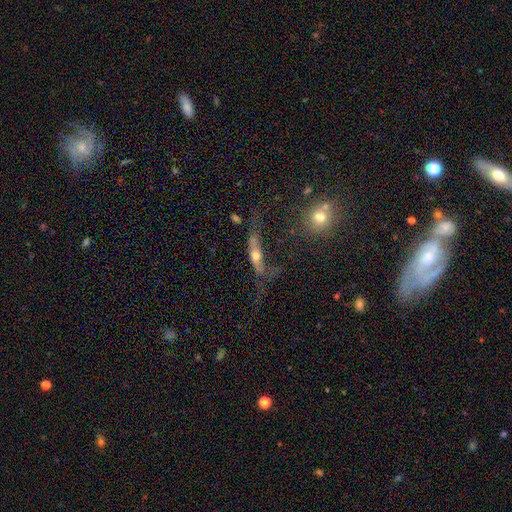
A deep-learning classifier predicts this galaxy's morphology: smooth_or_featured: featured or disk (p=0.51) [alt: smooth p=0.39]
disk_edge_on: no (p=0.52) [alt: yes p=0.48]
merging: major disturbance (p=0.40) [alt: none p=0.29]